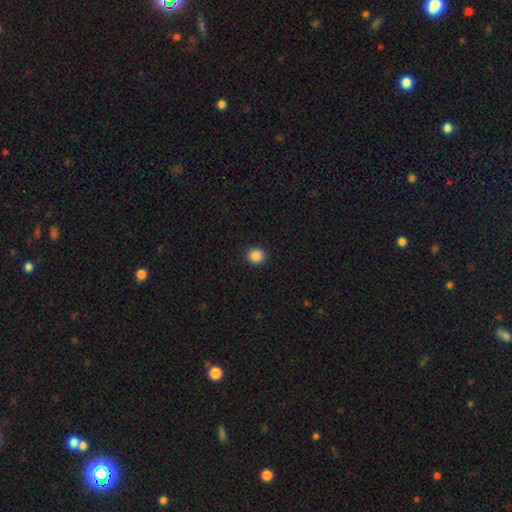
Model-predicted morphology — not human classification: Smooth or featured? smooth (87%)
How rounded? round (89%)
Merging? none (92%)